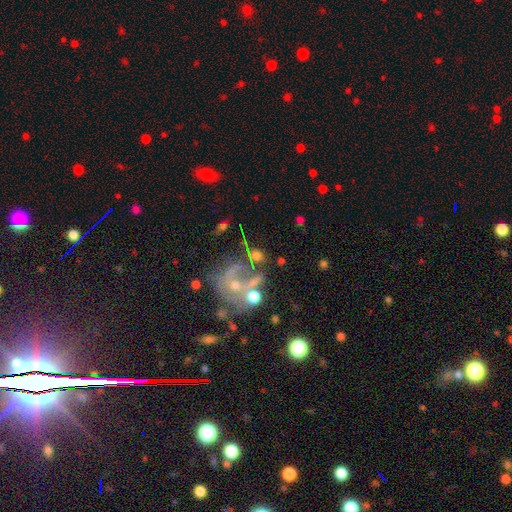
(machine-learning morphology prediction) smooth-or-featured: smooth: 53% | featured or disk: 26% | star or artifact: 20%
  how-rounded: round: 63% | in between: 34% | cigar-shaped: 2%
  merging: none: 43% | merger: 26% | major disturbance: 17% | minor disturbance: 14%